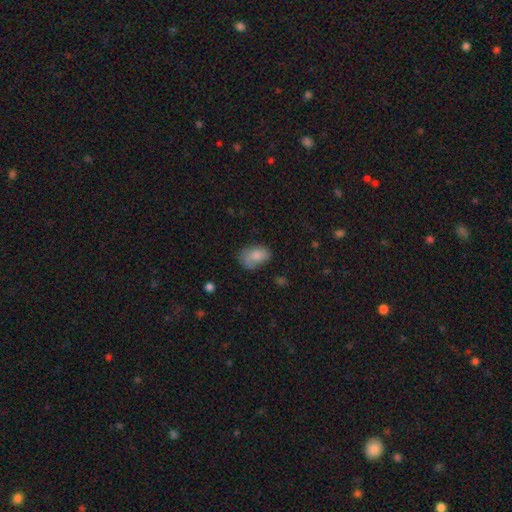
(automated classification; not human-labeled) smooth 79%, featured or disk 12%, star or artifact 8%. Down the decision tree: how rounded — in between (86%); merging — none (55%).